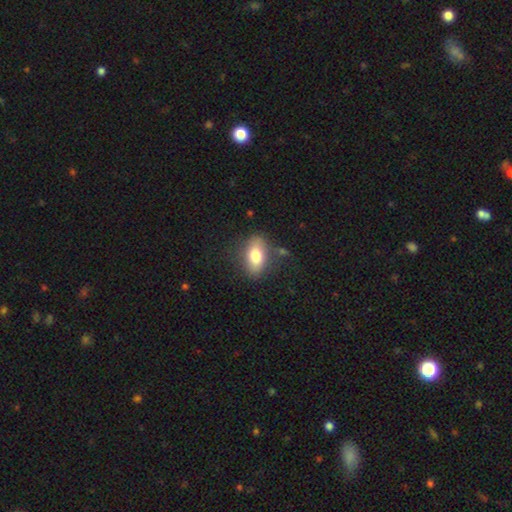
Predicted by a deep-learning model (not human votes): A smooth galaxy with no disk features (76%) that is in between round and cigar-shaped (86%).

Vote fractions:
- Smooth or featured? smooth: 76% / featured or disk: 17% / star or artifact: 8%
- How rounded? in between: 86% / round: 9% / cigar-shaped: 5%
- Merging? none: 75% / minor disturbance: 16% / major disturbance: 5% / merger: 3%